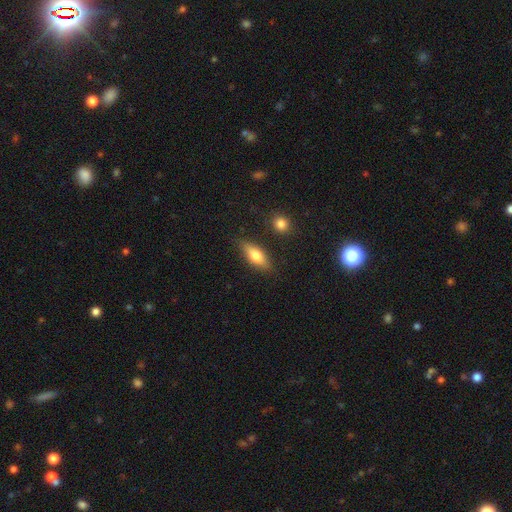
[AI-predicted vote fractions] A smooth galaxy with no disk features (69%) that is in between round and cigar-shaped (69%). Merging: none (83%).